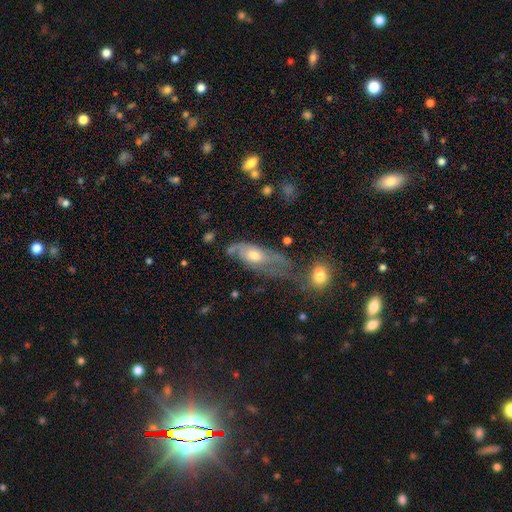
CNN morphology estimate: Smooth or featured? featured or disk (54%)
Edge-on disk? no (65%)
Merging? none (53%)